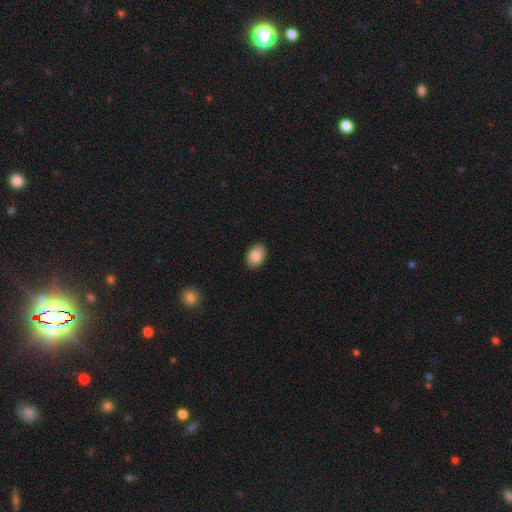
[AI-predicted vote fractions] Overall: smooth (88%). How rounded: in between (84%). Merging: none (88%).